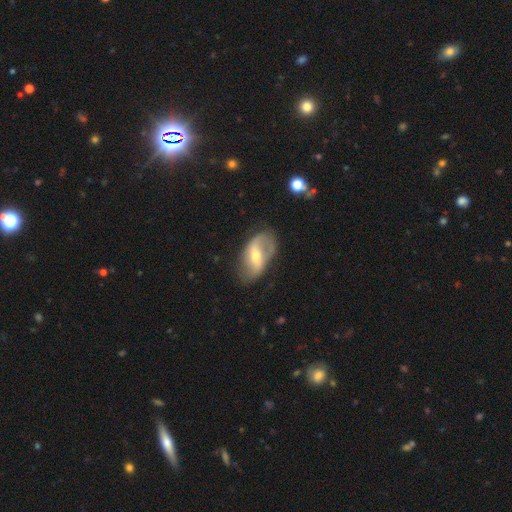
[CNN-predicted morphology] A featured or disk galaxy (70%) with a weak bar (42%), 2 (74%) loose (60%) spiral arms (79%) and a moderate central bulge (59%).

Vote fractions:
- Smooth or featured? featured or disk: 70% / smooth: 24% / star or artifact: 6%
- Edge-on disk? no: 94% / yes: 6%
- Bar? weak: 42% / strong: 35% / no: 23%
- Spiral arms? yes: 79% / no: 21%
- Spiral winding? loose: 60% / medium: 29% / tight: 11%
- Spiral arm count? 2: 74% / 1: 14% / can't tell: 10% / 3: 1% / 4: 1% / more than 4: 1%
- Bulge size? moderate: 59% / small: 35% / large: 4% / none: 2% / dominant: 1%
- Merging? none: 59% / minor disturbance: 25% / major disturbance: 13% / merger: 2%